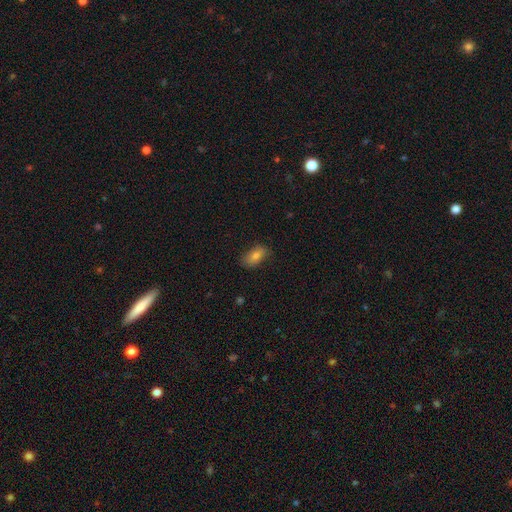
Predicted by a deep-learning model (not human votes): The model was most divided on "smooth or featured": smooth: 78%, featured or disk: 13%, star or artifact: 9%. More confident: how rounded — in between (89%); merging — none (81%).